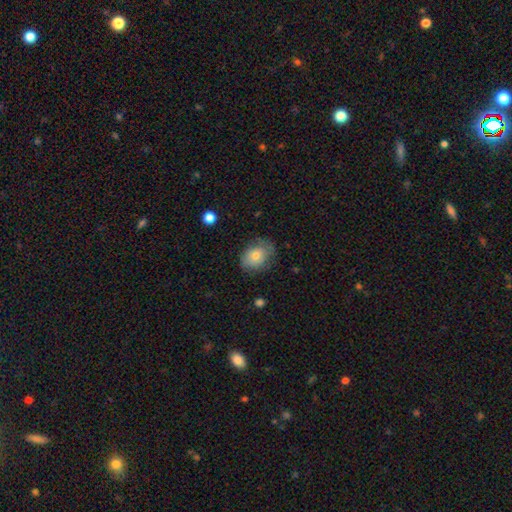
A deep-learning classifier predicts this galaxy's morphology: type=smooth (67%); roundness=in between (60%); merging=none (66%).